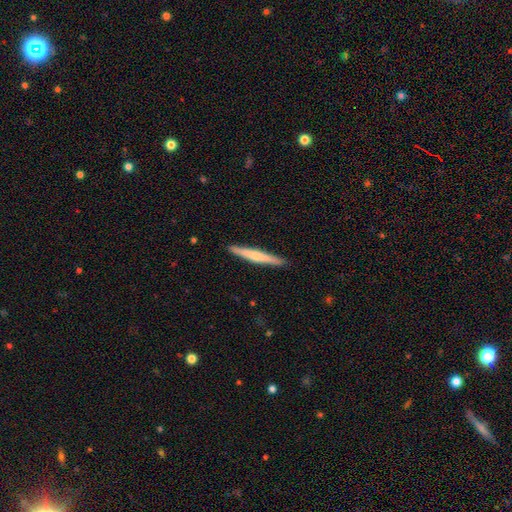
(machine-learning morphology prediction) This appears to be a featured or disk galaxy (50%). Merging: none (92%).